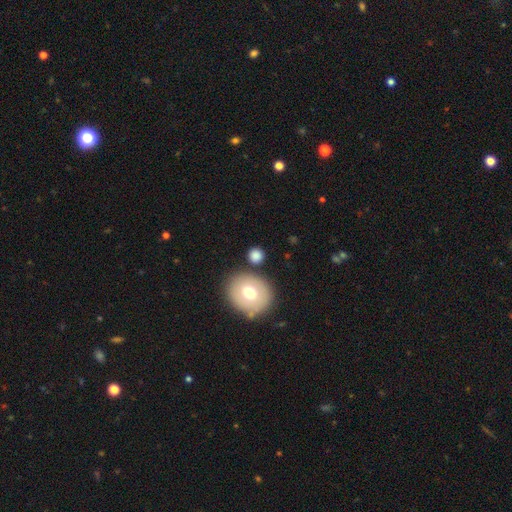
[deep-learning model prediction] Smooth or featured? smooth (78%)
How rounded? round (82%)
Merging? none (78%)